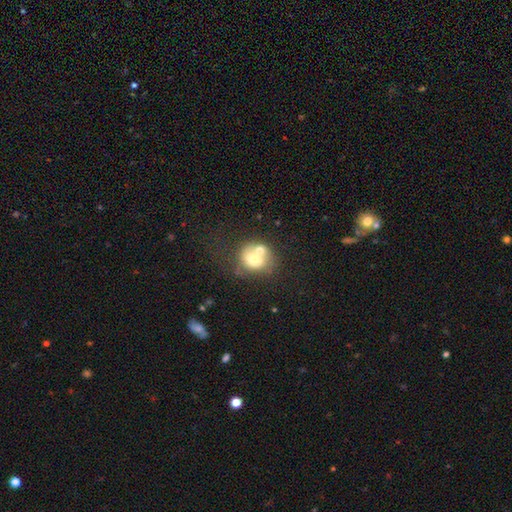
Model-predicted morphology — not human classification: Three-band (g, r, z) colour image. It shows a smooth galaxy with no disk features (63%) that is round (65%). Merging: merger (50%).